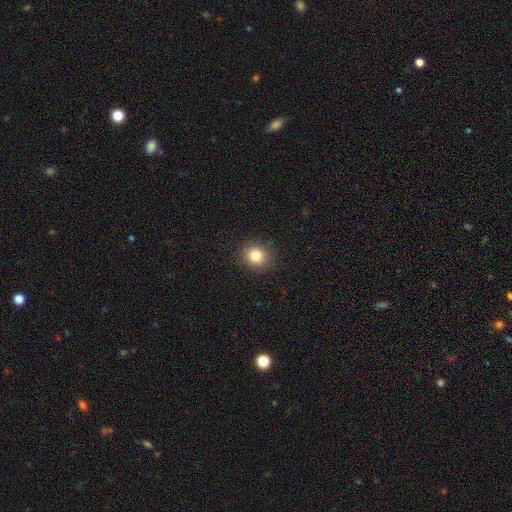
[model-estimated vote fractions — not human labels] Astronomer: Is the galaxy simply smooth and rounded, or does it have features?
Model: smooth — 82%.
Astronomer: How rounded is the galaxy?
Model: round — 79%.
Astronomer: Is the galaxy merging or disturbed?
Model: none — 90%.